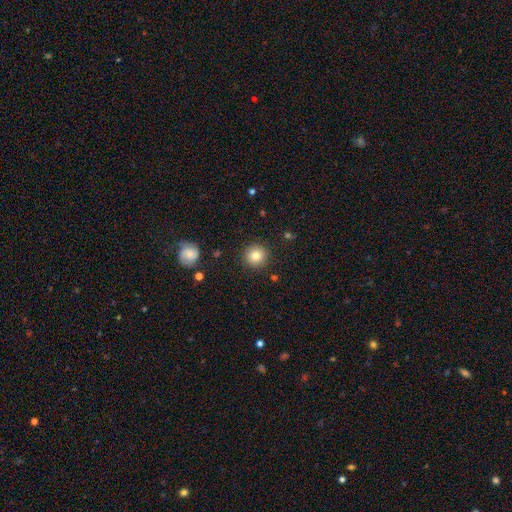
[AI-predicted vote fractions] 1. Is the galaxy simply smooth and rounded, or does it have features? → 82% smooth, 10% star or artifact, 7% featured or disk.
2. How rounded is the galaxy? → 94% round, 5% in between, 1% cigar-shaped.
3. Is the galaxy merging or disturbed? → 91% none, 6% minor disturbance, 2% major disturbance, 1% merger.